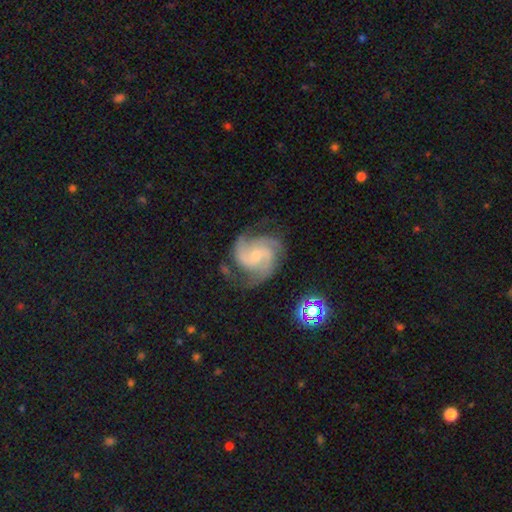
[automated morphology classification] This appears to be a featured or disk galaxy (88%) with no bar (57%), 3 (51%) medium (51%) spiral arms (98%) and a small central bulge (59%). Merging: none (67%).